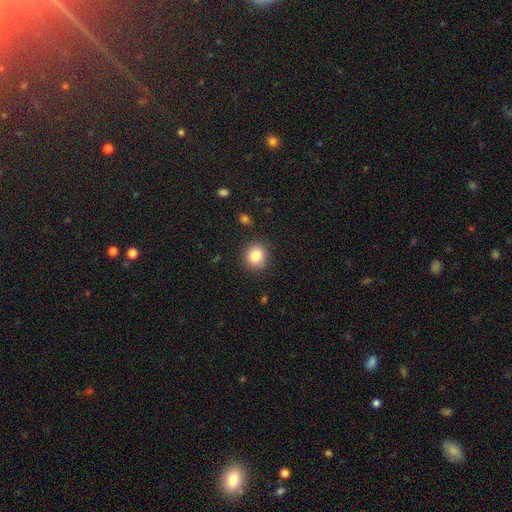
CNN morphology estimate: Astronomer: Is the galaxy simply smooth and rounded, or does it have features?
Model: smooth — 83%.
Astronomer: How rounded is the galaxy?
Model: round — 85%.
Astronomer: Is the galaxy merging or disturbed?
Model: none — 88%.